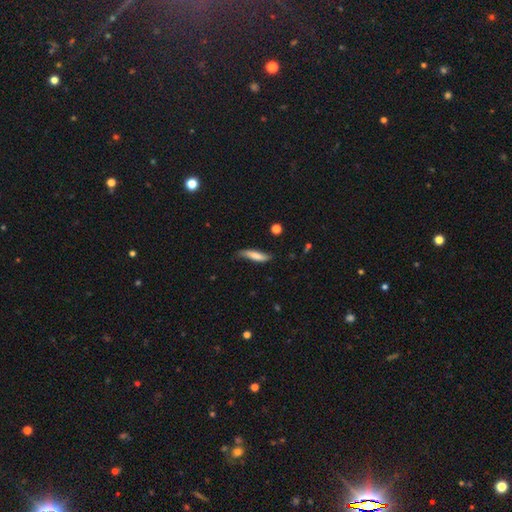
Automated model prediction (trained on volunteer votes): smooth-or-featured: smooth: 72% | featured or disk: 22% | star or artifact: 6%
  how-rounded: cigar-shaped: 75% | in between: 23% | round: 2%
  merging: none: 60% | minor disturbance: 31% | major disturbance: 7% | merger: 2%